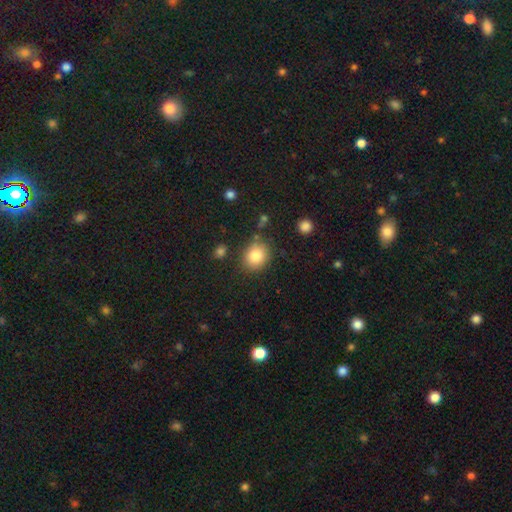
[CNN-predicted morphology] Smooth or featured?
  - smooth: 84% *
  - star or artifact: 9%
  - featured or disk: 7%
How rounded?
  - round: 65% *
  - in between: 34%
  - cigar-shaped: 1%
Merging?
  - none: 78% *
  - minor disturbance: 13%
  - merger: 5%
  - major disturbance: 4%